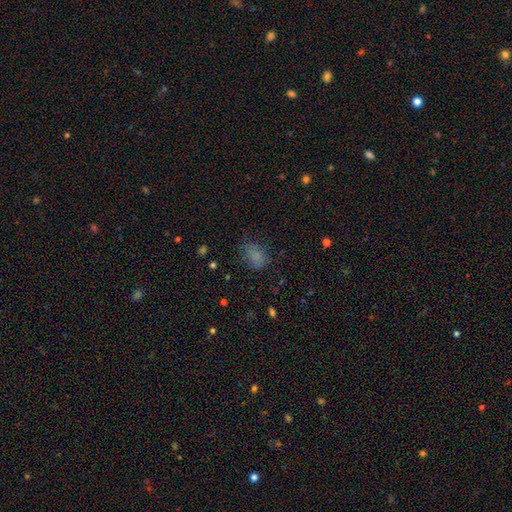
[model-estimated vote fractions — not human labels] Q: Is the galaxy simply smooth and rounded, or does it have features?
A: smooth — 78%.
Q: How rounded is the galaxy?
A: in between — 78%.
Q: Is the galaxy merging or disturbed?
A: none — 60%.